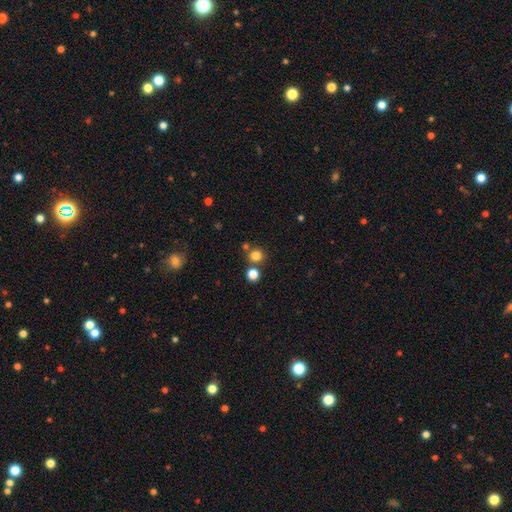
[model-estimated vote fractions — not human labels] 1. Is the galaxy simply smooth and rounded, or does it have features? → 79% smooth, 15% star or artifact, 6% featured or disk.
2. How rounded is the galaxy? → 90% round, 9% in between, 1% cigar-shaped.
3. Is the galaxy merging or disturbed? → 74% none, 16% merger, 7% minor disturbance, 3% major disturbance.